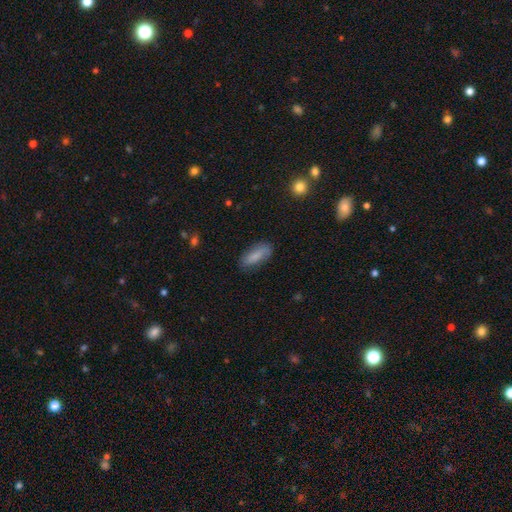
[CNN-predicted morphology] This is clearly a smooth galaxy (80%). How rounded: likely in between (69%). Merging: likely none (76%).